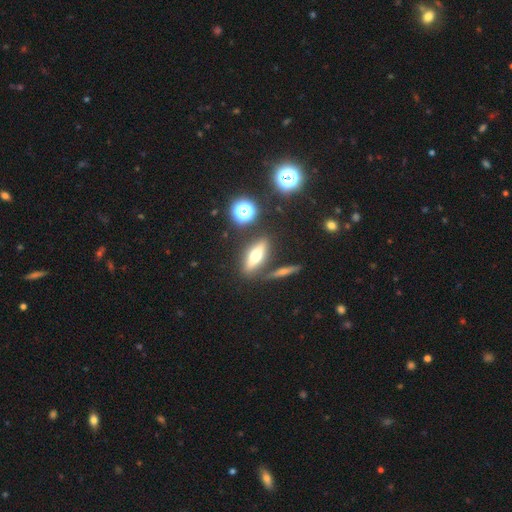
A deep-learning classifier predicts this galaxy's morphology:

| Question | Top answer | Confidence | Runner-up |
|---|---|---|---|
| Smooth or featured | smooth | 44% | tied: featured or disk (44%) |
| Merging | none | 80% | minor disturbance (10%) |